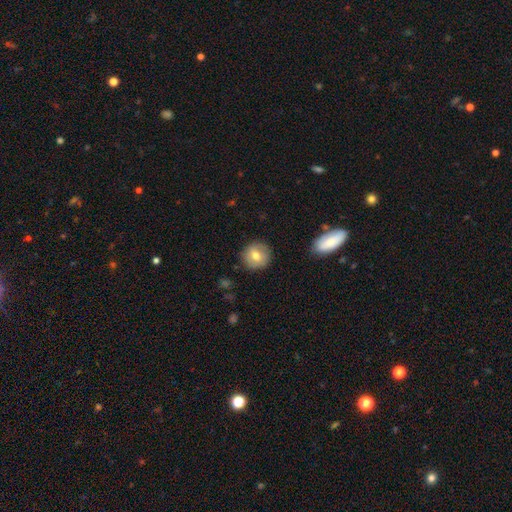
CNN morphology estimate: Smooth or featured?
  - smooth: 70% *
  - featured or disk: 22%
  - star or artifact: 8%
How rounded?
  - round: 91% *
  - in between: 8%
  - cigar-shaped: 1%
Merging?
  - none: 87% *
  - minor disturbance: 9%
  - major disturbance: 2%
  - merger: 1%